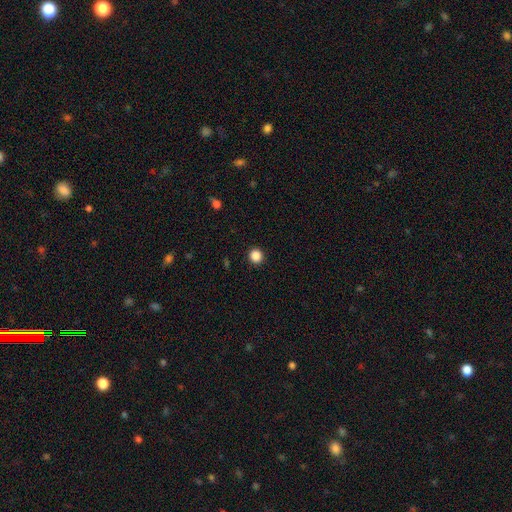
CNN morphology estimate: Smooth or featured: smooth — 87% (star or artifact — 11%)
How rounded: round — 92% (in between — 7%)
Merging: none — 93% (minor disturbance — 4%)